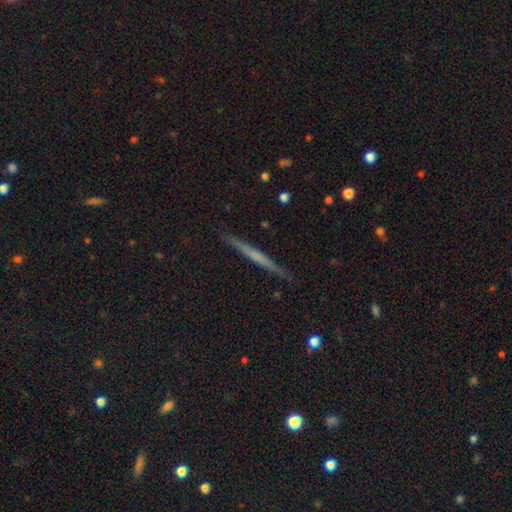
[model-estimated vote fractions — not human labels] Q: Smooth or featured?
A: featured or disk (55%); runner-up: smooth (39%)
Q: Edge-on disk?
A: yes (98%); runner-up: no (2%)
Q: Edge-on bulge?
A: none (79%); runner-up: rounded (14%)
Q: Merging?
A: none (89%); runner-up: minor disturbance (8%)